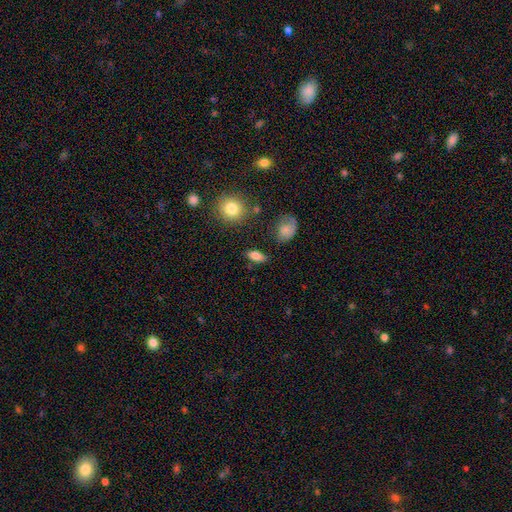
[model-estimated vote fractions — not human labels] A smooth galaxy with no disk features (79%) that is in between round and cigar-shaped (83%).

Vote fractions:
- Smooth or featured? smooth: 79% / featured or disk: 12% / star or artifact: 9%
- How rounded? in between: 83% / cigar-shaped: 10% / round: 7%
- Merging? none: 81% / minor disturbance: 12% / major disturbance: 4% / merger: 3%